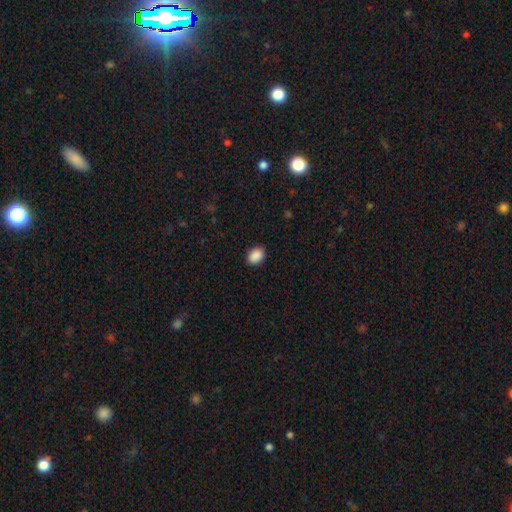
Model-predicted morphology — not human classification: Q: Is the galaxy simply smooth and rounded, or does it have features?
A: smooth — 90%.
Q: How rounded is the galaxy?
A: in between — 76%.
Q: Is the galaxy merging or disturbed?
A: none — 88%.